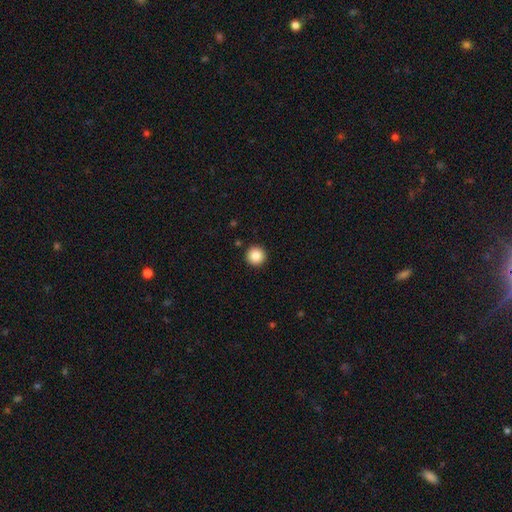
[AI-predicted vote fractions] This is clearly a smooth galaxy (86%). How rounded: clearly round (97%). Merging: clearly none (93%).